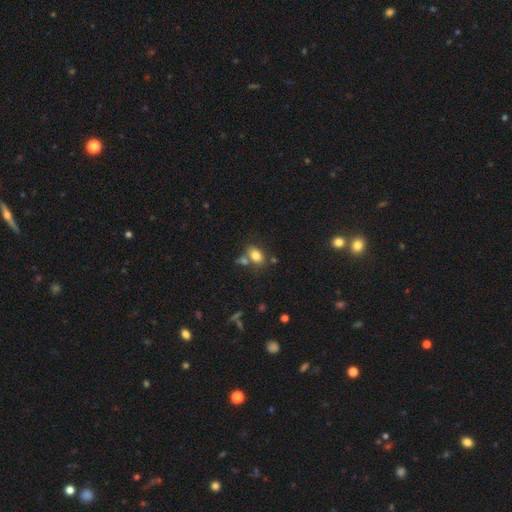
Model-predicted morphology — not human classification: smooth_or_featured: smooth (p=0.79) [alt: featured or disk p=0.10]
how_rounded: in between (p=0.82) [alt: round p=0.16]
merging: none (p=0.59) [alt: merger p=0.23]